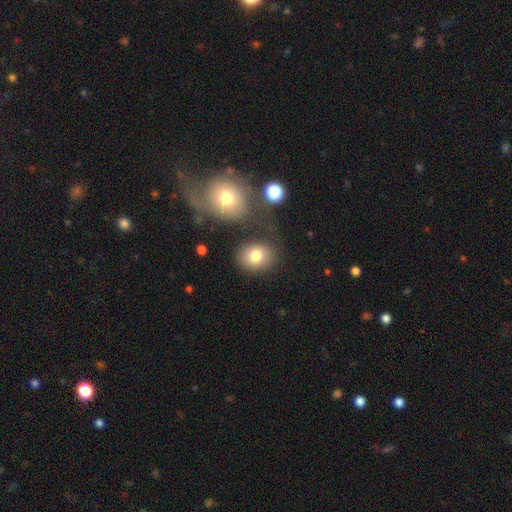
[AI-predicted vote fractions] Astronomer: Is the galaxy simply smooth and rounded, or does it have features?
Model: smooth — 79%.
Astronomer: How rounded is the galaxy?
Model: round — 53% (runner-up: in between, 46%).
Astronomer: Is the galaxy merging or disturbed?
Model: none — 76%.